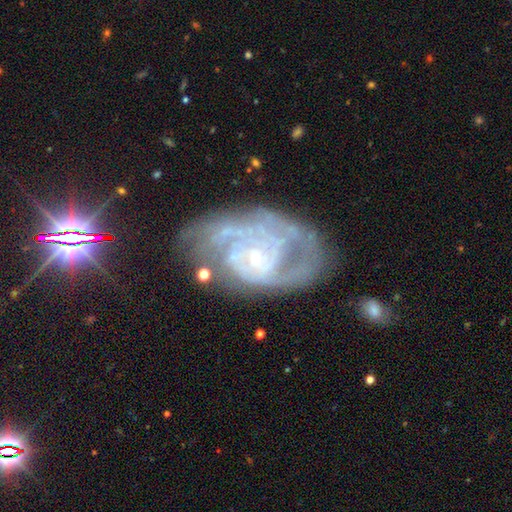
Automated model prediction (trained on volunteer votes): Smooth or featured? Predicted: featured or disk (p=0.85). Edge-on disk? Predicted: no (p=0.97). Bar? Predicted: no (p=0.69). Spiral arms? Predicted: yes (p=0.93). Spiral winding? Predicted: tight (p=0.60). Spiral arm count? Predicted: can't tell (p=0.33). Bulge size? Predicted: small (p=0.77). Merging? Predicted: none (p=0.55).